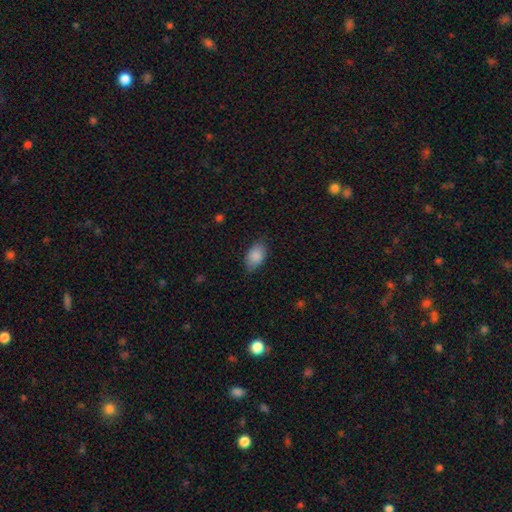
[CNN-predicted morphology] smooth 87%, star or artifact 7%, featured or disk 6%. Down the decision tree: how rounded — in between (90%); merging — none (77%).